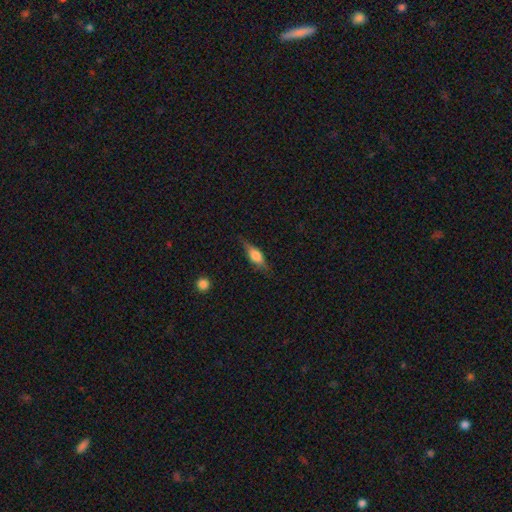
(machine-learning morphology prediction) This appears to be a featured or disk galaxy (47%). Merging: none (77%).